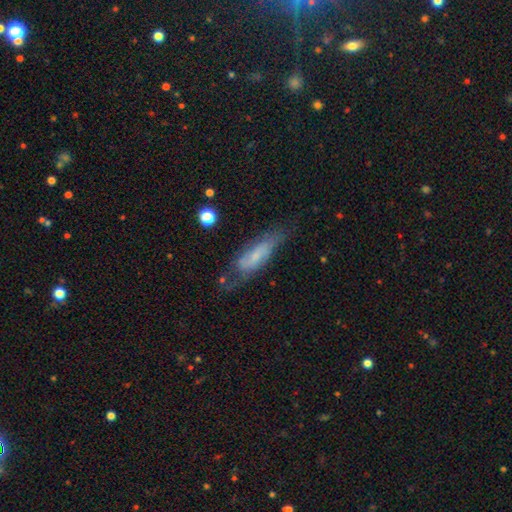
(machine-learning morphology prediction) The model was most divided on "smooth or featured": featured or disk: 47%, smooth: 45%, star or artifact: 8%. More confident: merging — none (51%).